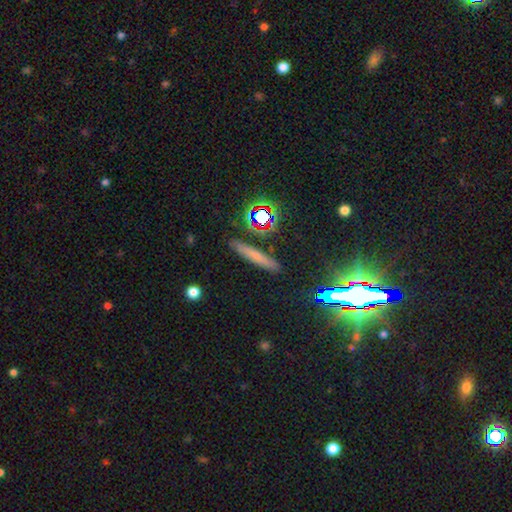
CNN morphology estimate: A smooth galaxy with no disk features (58%) that is cigar-shaped (88%). Merging: none (86%).